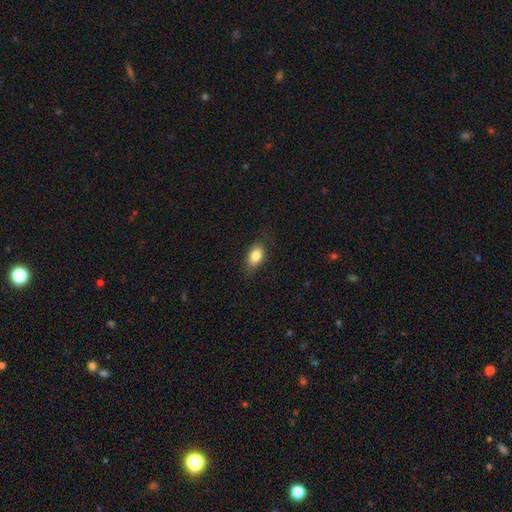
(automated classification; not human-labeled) Overall: smooth (83%). How rounded: in between (85%). Merging: none (78%).